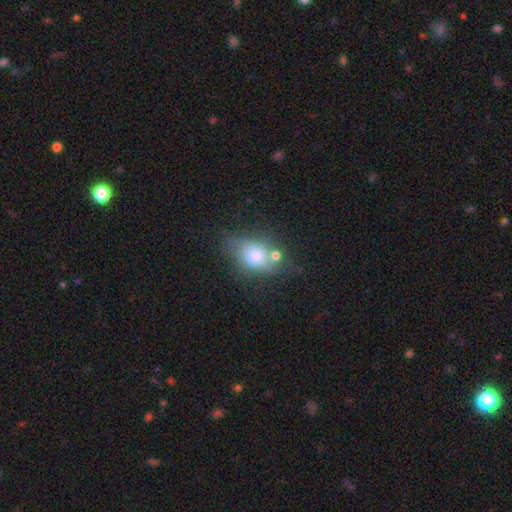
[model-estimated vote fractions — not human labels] Q: Smooth or featured?
A: smooth (68%); runner-up: featured or disk (21%)
Q: How rounded?
A: in between (74%); runner-up: round (23%)
Q: Merging?
A: none (43%); runner-up: minor disturbance (24%)